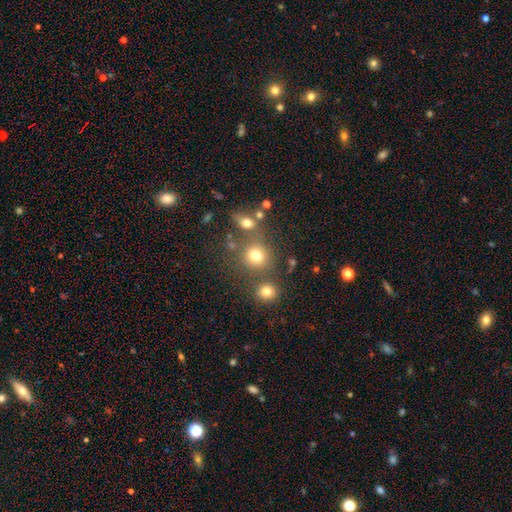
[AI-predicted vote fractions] Morphology: type=smooth (76%); roundness=round (86%); merging=none (66%).